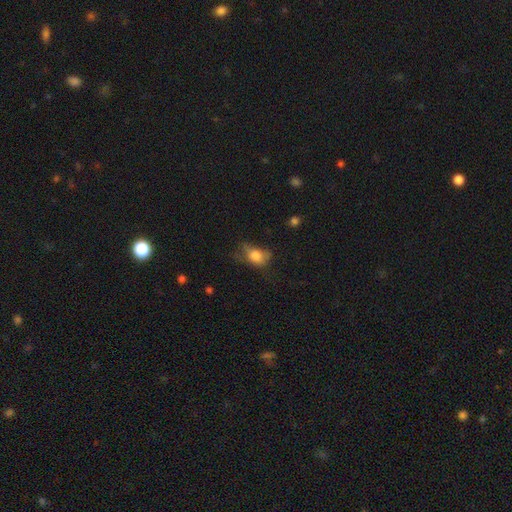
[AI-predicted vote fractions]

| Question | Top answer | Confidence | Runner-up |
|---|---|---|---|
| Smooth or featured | smooth | 75% | featured or disk (15%) |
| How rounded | in between | 73% | round (26%) |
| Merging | none | 37% | minor disturbance (32%) |